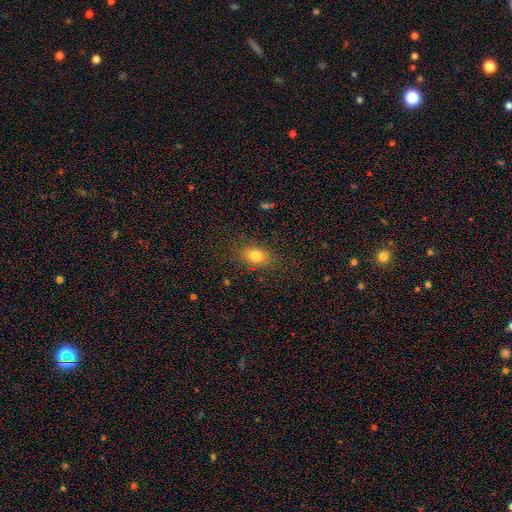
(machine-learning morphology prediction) smooth_or_featured: smooth (p=0.78) [alt: star or artifact p=0.11]
how_rounded: in between (p=0.76) [alt: round p=0.20]
merging: none (p=0.81) [alt: minor disturbance p=0.13]